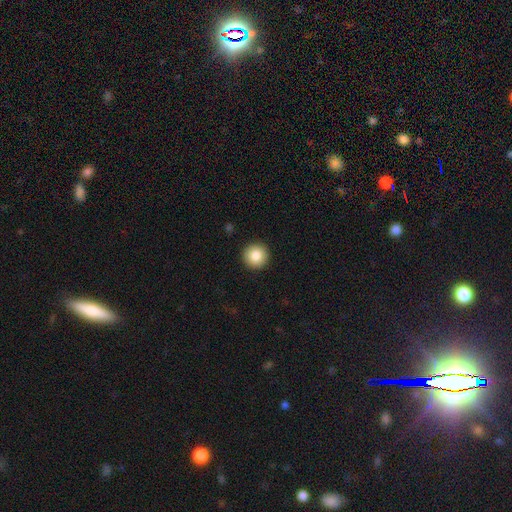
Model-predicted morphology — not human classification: Smooth or featured? smooth (85%)
How rounded? round (96%)
Merging? none (93%)